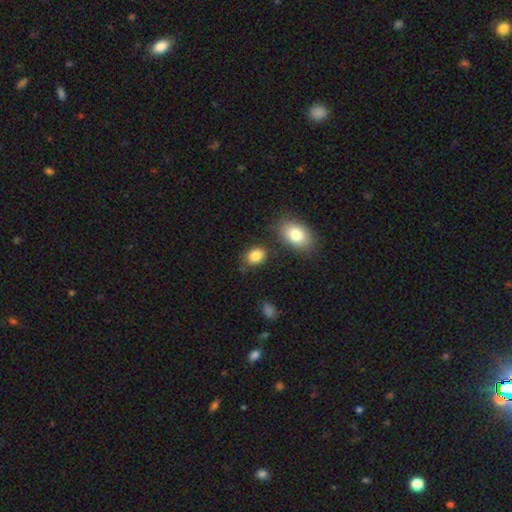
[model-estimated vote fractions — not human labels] Morphology: type=smooth (85%); roundness=in between (63%); merging=none (78%).